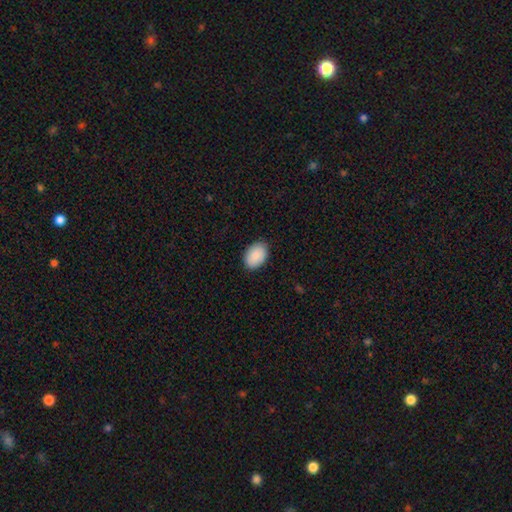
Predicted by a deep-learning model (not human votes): Smooth or featured? smooth (90%)
How rounded? in between (89%)
Merging? none (87%)